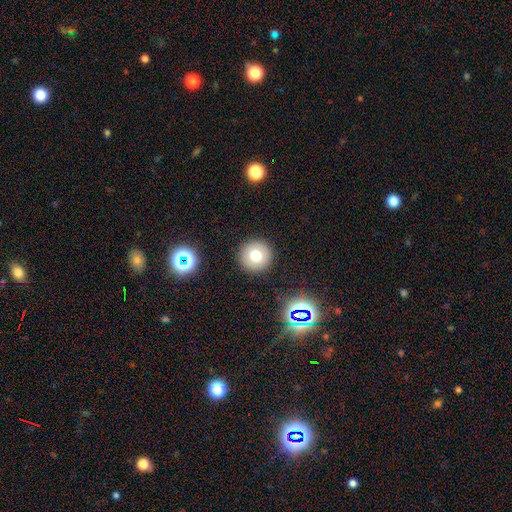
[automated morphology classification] Smooth or featured?
  - smooth: 72% *
  - star or artifact: 14%
  - featured or disk: 14%
How rounded?
  - round: 95% *
  - in between: 4%
  - cigar-shaped: 1%
Merging?
  - none: 91% *
  - minor disturbance: 6%
  - major disturbance: 2%
  - merger: 2%